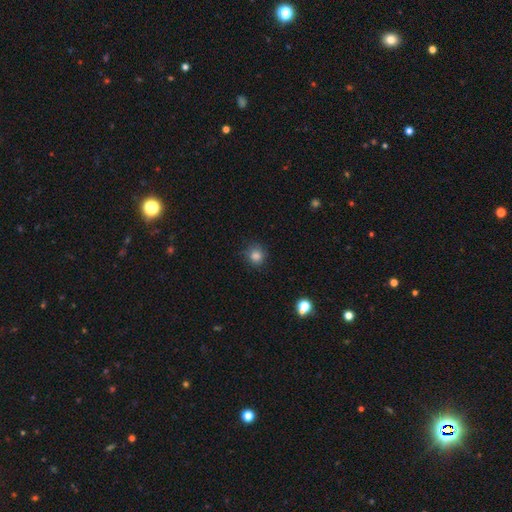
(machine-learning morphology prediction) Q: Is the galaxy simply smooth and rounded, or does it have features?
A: smooth — 84%.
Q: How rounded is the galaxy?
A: round — 90%.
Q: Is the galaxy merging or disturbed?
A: none — 78%.